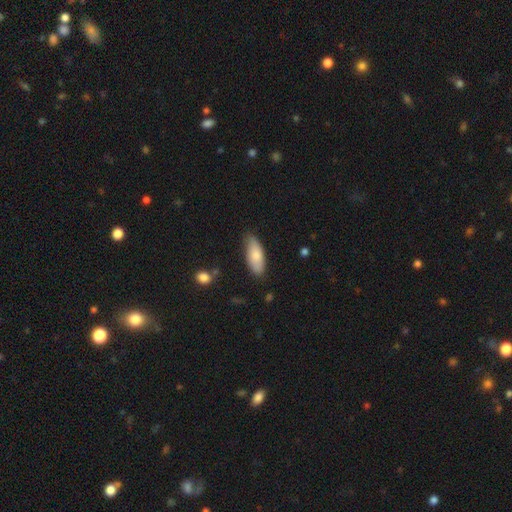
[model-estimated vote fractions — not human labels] A smooth galaxy with no disk features (79%) that is in between round and cigar-shaped (79%).

Vote fractions:
- Smooth or featured? smooth: 79% / featured or disk: 15% / star or artifact: 6%
- How rounded? in between: 79% / cigar-shaped: 19% / round: 2%
- Merging? none: 77% / minor disturbance: 18% / major disturbance: 3% / merger: 2%